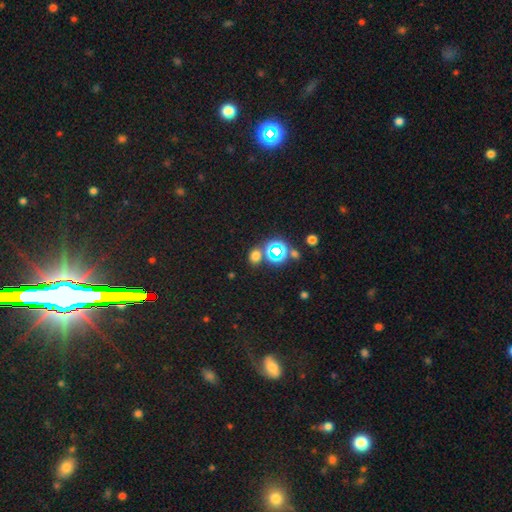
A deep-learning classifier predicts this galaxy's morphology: This appears to be a smooth galaxy with no disk features (59%) that is round (64%). Merging: none (75%).